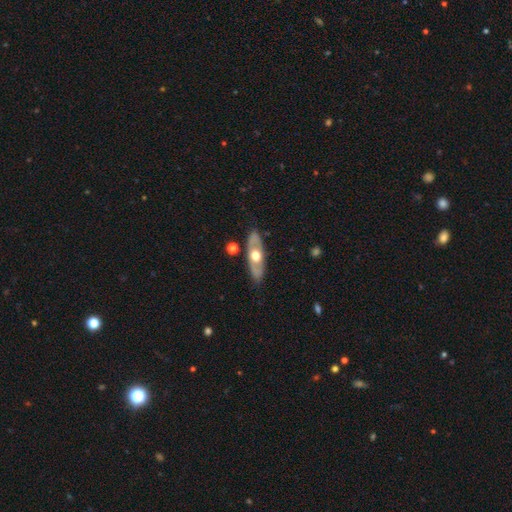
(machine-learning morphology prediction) This is possibly a featured or disk galaxy (59%). It is likely not viewed edge-on (64%). Merging: clearly none (85%).